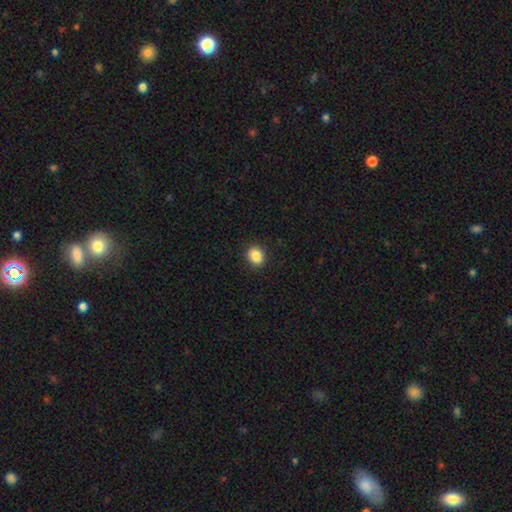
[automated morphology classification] Smooth or featured: smooth — 87% (star or artifact — 9%)
How rounded: round — 57% (in between — 43%)
Merging: none — 91% (minor disturbance — 7%)